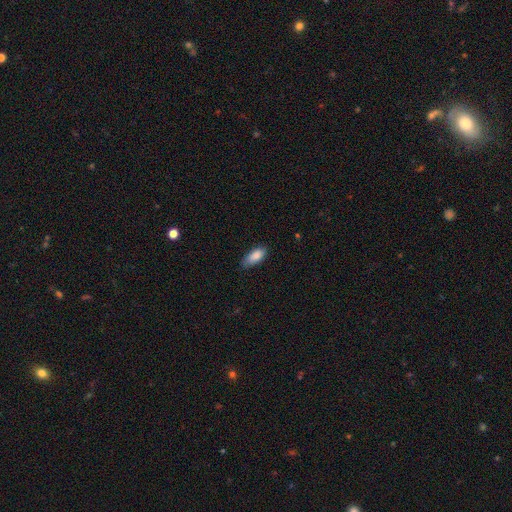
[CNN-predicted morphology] This is clearly a smooth galaxy (87%). How rounded: clearly in between (84%). Merging: likely none (70%).